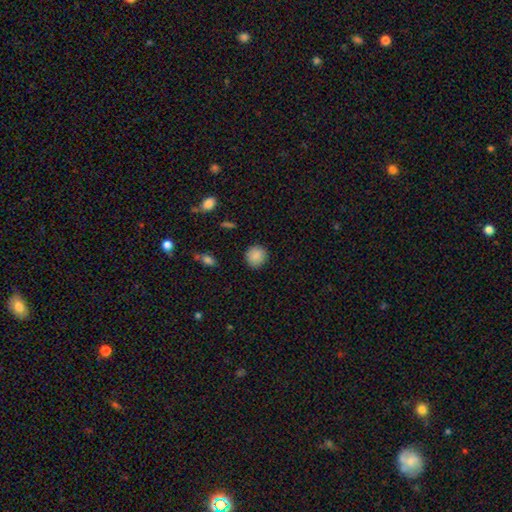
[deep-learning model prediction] smooth_or_featured: smooth (p=0.88) [alt: star or artifact p=0.08]
how_rounded: round (p=0.90) [alt: in between p=0.09]
merging: none (p=0.90) [alt: minor disturbance p=0.07]